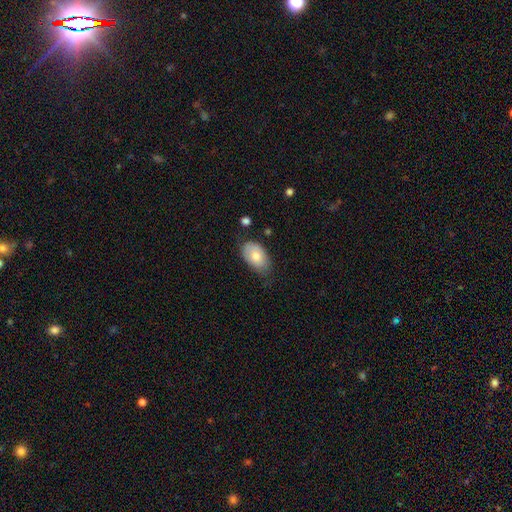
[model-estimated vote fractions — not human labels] smooth_or_featured: smooth (p=0.77) [alt: featured or disk p=0.17]
how_rounded: in between (p=0.93) [alt: round p=0.06]
merging: none (p=0.60) [alt: minor disturbance p=0.31]